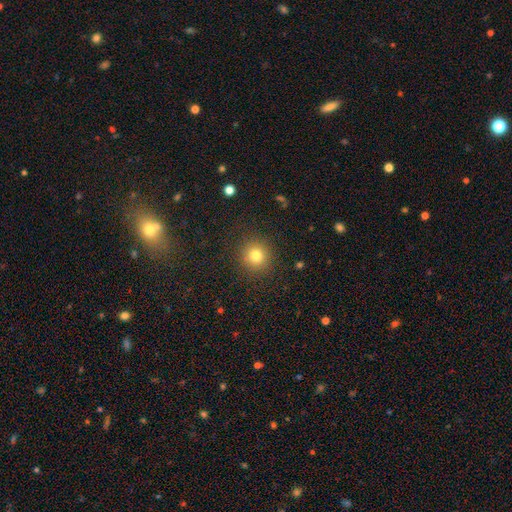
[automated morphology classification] smooth-or-featured: smooth: 79% | star or artifact: 14% | featured or disk: 7%
  how-rounded: round: 93% | in between: 6% | cigar-shaped: 1%
  merging: none: 89% | minor disturbance: 7% | major disturbance: 3% | merger: 1%